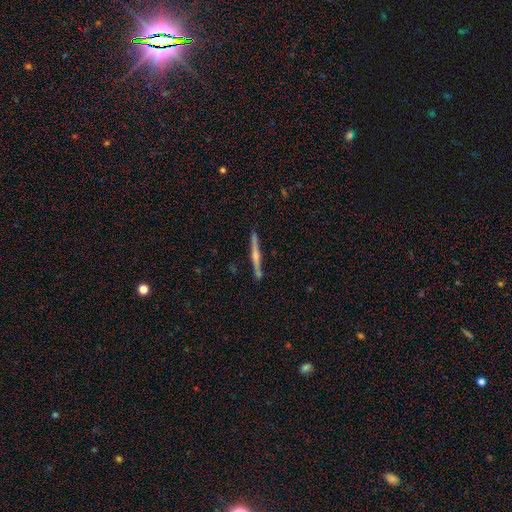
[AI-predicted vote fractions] A featured or disk galaxy (73%) viewed edge-on (98%) with a rounded central bulge (78%).

Vote fractions:
- Smooth or featured? featured or disk: 73% / smooth: 21% / star or artifact: 6%
- Edge-on disk? yes: 98% / no: 2%
- Edge-on bulge? rounded: 78% / none: 13% / boxy: 9%
- Merging? none: 89% / minor disturbance: 7% / merger: 3% / major disturbance: 2%